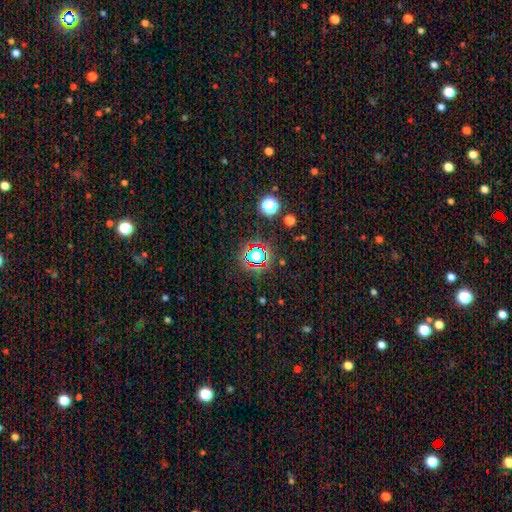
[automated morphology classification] This appears to be a star or artifact, not a galaxy (65%).